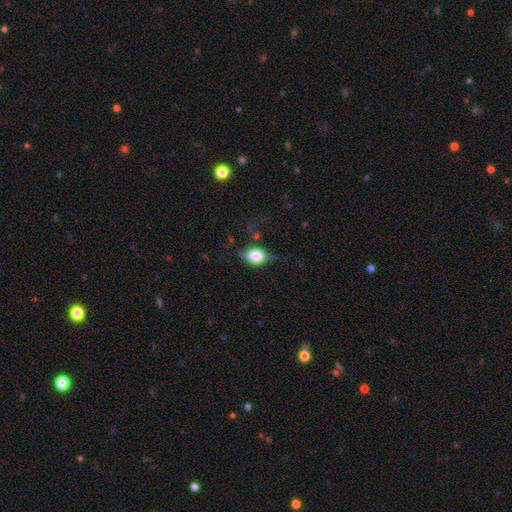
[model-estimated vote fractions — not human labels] The model was most divided on "how rounded": in between: 53%, round: 42%, cigar-shaped: 4%. More confident: merging — none (55%); smooth or featured — smooth (54%).